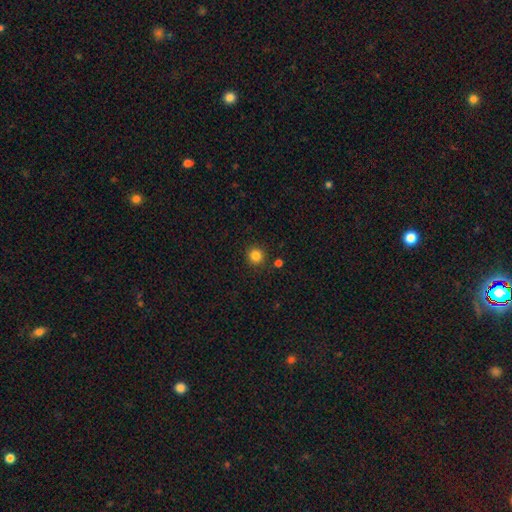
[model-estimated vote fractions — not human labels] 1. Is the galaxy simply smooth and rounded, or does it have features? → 84% smooth, 12% star or artifact, 4% featured or disk.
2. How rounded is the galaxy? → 94% round, 5% in between, 1% cigar-shaped.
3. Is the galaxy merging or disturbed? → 89% none, 6% minor disturbance, 3% merger, 2% major disturbance.